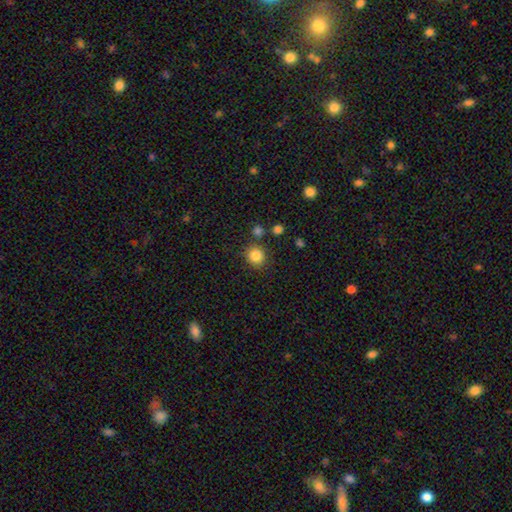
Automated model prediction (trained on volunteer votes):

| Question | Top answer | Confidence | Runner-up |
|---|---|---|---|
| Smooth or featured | smooth | 85% | star or artifact (11%) |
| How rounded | round | 87% | in between (12%) |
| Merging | none | 83% | minor disturbance (9%) |